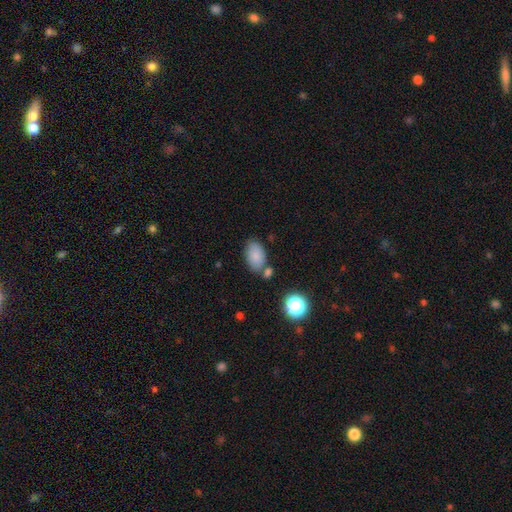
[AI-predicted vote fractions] A smooth galaxy with no disk features (83%) that is in between round and cigar-shaped (90%). Merging: none (66%).